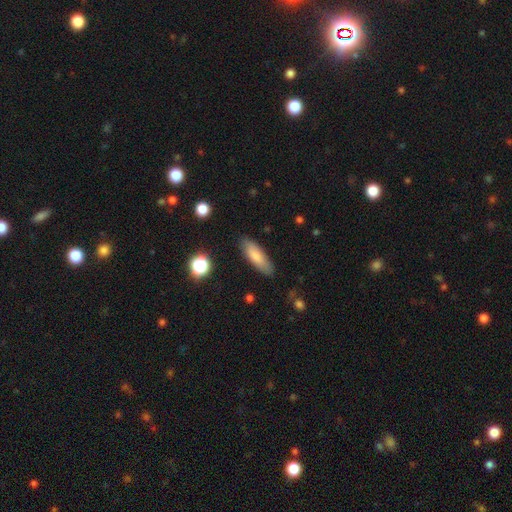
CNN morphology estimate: smooth_or_featured: smooth (p=0.80) [alt: featured or disk p=0.13]
how_rounded: in between (p=0.52) [alt: cigar-shaped p=0.46]
merging: none (p=0.84) [alt: minor disturbance p=0.12]